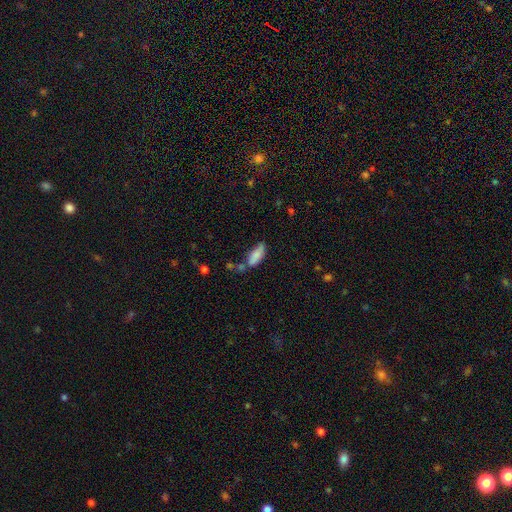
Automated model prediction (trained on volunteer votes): Smooth or featured?
  - smooth: 80% *
  - featured or disk: 13%
  - star or artifact: 7%
How rounded?
  - in between: 64% *
  - cigar-shaped: 34%
  - round: 2%
Merging?
  - none: 49% *
  - minor disturbance: 28%
  - merger: 15%
  - major disturbance: 8%